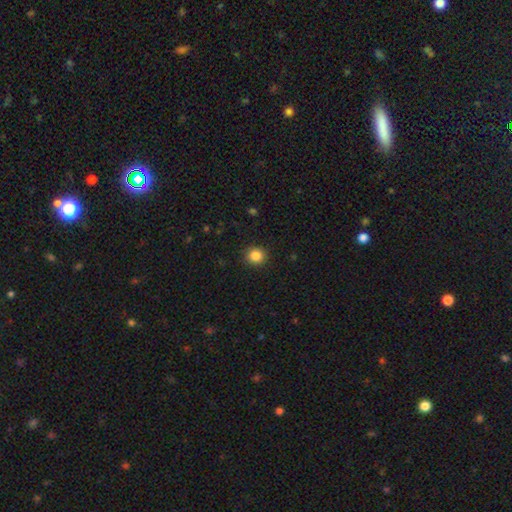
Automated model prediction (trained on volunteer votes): smooth 85%, star or artifact 10%, featured or disk 4%. Down the decision tree: how rounded — round (89%); merging — none (91%).